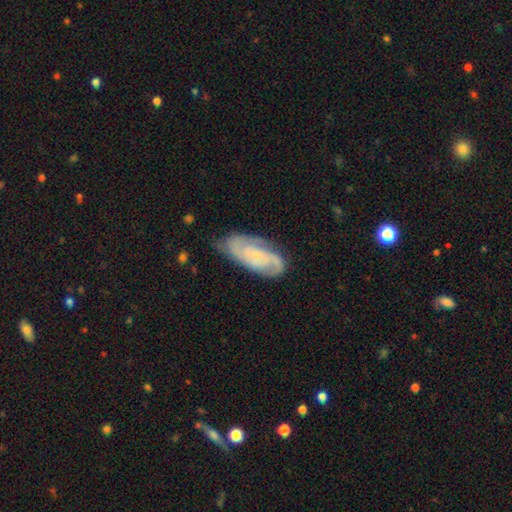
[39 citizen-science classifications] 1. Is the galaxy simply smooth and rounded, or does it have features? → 85% featured or disk, 8% smooth, 8% star or artifact.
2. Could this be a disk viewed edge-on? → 100% no, 0% yes.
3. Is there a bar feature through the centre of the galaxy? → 82% no, 12% weak, 6% strong.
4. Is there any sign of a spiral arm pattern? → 97% yes, 3% no.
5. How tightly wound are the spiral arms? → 47% tight (tied), 47% medium (tied), 6% loose.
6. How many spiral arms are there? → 84% 2, 9% can't tell, 6% 3, 0% 1, 0% 4, 0% more than 4.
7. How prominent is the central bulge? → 79% small, 15% moderate, 6% none, 0% dominant, 0% large.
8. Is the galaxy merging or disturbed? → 67% none, 22% minor disturbance, 11% major disturbance, 0% merger.